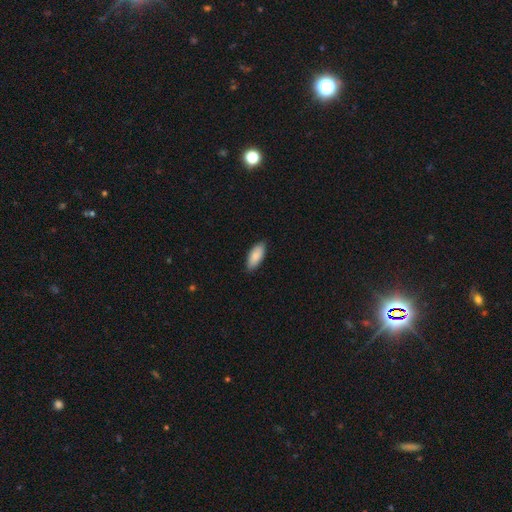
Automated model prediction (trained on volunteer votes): smooth-or-featured: smooth: 87% | featured or disk: 7% | star or artifact: 6%
  how-rounded: in between: 86% | cigar-shaped: 13% | round: 2%
  merging: none: 85% | minor disturbance: 12% | major disturbance: 2% | merger: 1%